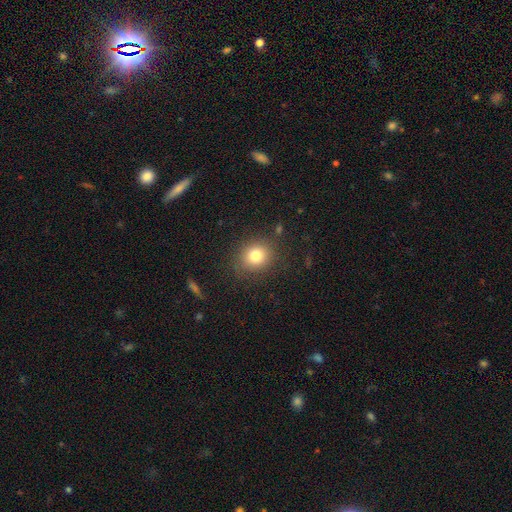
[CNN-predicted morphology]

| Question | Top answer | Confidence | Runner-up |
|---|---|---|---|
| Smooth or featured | smooth | 79% | star or artifact (12%) |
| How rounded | round | 76% | in between (23%) |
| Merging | none | 84% | minor disturbance (11%) |